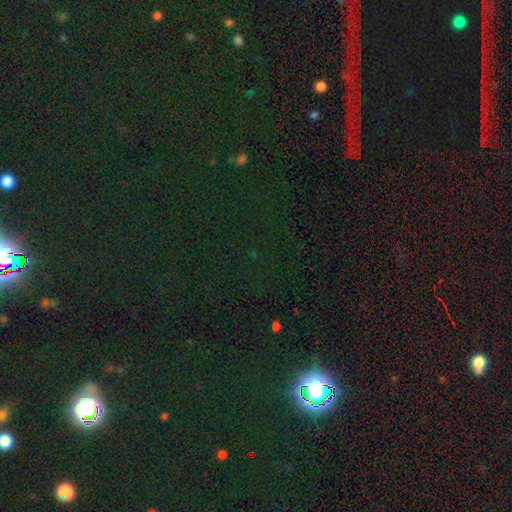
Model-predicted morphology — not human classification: A star or artifact, not a galaxy (80%).